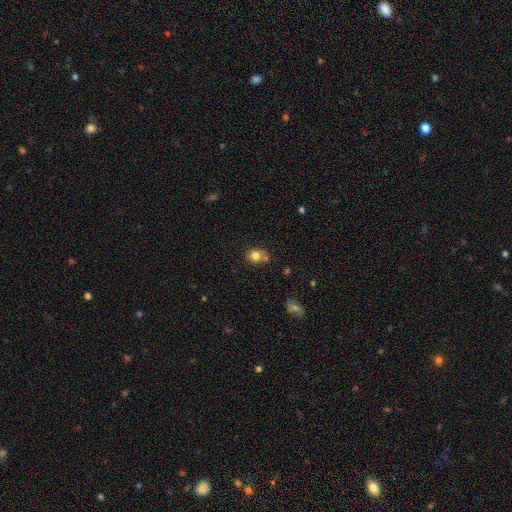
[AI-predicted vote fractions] smooth_or_featured: smooth (p=0.80) [alt: star or artifact p=0.11]
how_rounded: round (p=0.78) [alt: in between p=0.21]
merging: none (p=0.59) [alt: merger p=0.21]